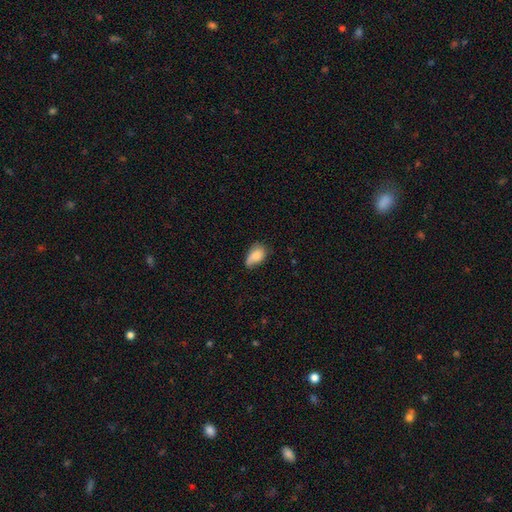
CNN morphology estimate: This appears to be a smooth galaxy with no disk features (72%) that is in between round and cigar-shaped (86%). Merging: none (42%).